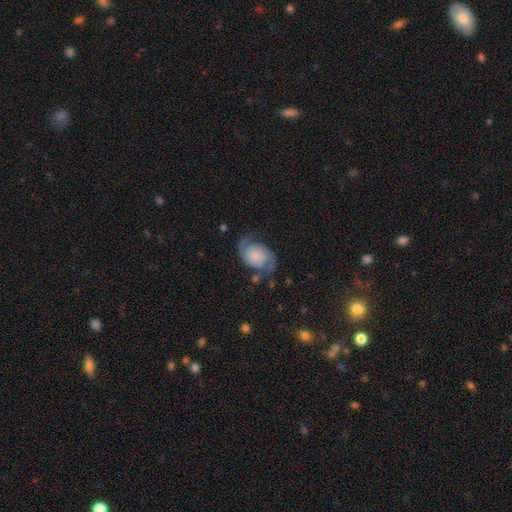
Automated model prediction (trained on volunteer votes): A featured or disk galaxy (78%) with no bar (69%), 2 (92%) medium (47%) spiral arms (95%) and a small central bulge (42%).

Vote fractions:
- Smooth or featured? featured or disk: 78% / smooth: 15% / star or artifact: 7%
- Edge-on disk? no: 98% / yes: 2%
- Bar? no: 69% / weak: 26% / strong: 5%
- Spiral arms? yes: 95% / no: 5%
- Spiral winding? medium: 47% / loose: 27% / tight: 26%
- Spiral arm count? 2: 92% / can't tell: 3% / 1: 2% / 3: 1% / 4: 1% / more than 4: 1%
- Bulge size? small: 42% / none: 30% / moderate: 15% / large: 8% / dominant: 4%
- Merging? none: 66% / minor disturbance: 20% / major disturbance: 11% / merger: 3%